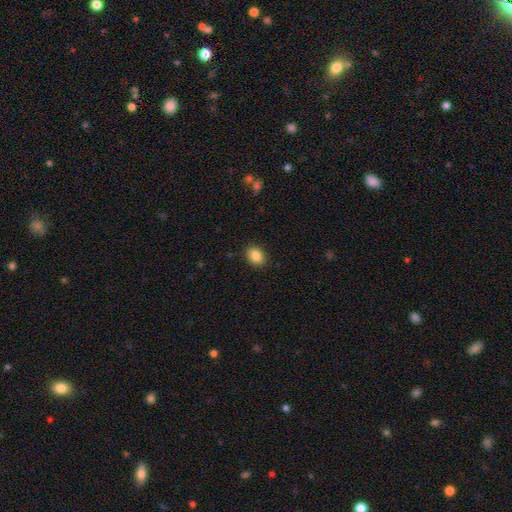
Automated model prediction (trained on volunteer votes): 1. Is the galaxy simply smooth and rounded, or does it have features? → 86% smooth, 9% star or artifact, 5% featured or disk.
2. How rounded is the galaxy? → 70% in between, 29% round, 1% cigar-shaped.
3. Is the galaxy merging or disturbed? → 89% none, 8% minor disturbance, 2% major disturbance, 1% merger.